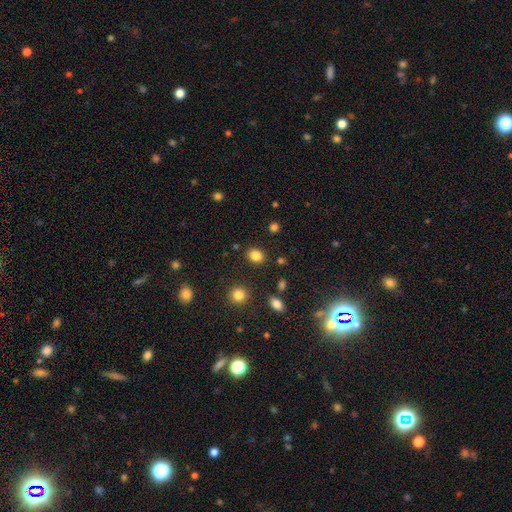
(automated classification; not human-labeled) Smooth or featured?
  - smooth: 84% *
  - star or artifact: 11%
  - featured or disk: 4%
How rounded?
  - round: 57% *
  - in between: 42%
  - cigar-shaped: 1%
Merging?
  - none: 87% *
  - minor disturbance: 8%
  - major disturbance: 3%
  - merger: 3%